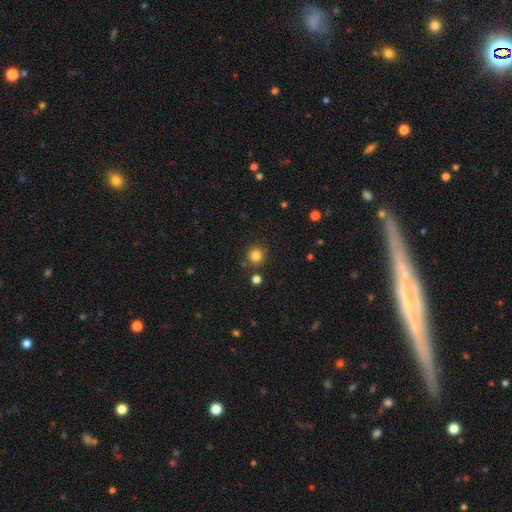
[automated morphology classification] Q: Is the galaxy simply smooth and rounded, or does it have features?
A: smooth — 82%.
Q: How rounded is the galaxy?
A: round — 91%.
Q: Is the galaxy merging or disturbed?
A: none — 83%.